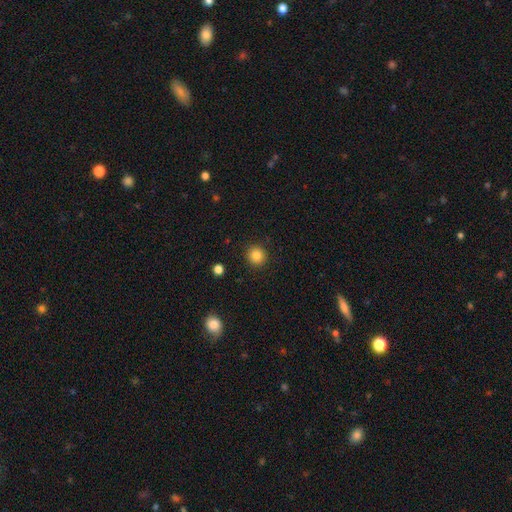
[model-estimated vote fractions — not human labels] Q: Smooth or featured?
A: smooth (84%); runner-up: star or artifact (11%)
Q: How rounded?
A: round (92%); runner-up: in between (7%)
Q: Merging?
A: none (91%); runner-up: minor disturbance (6%)